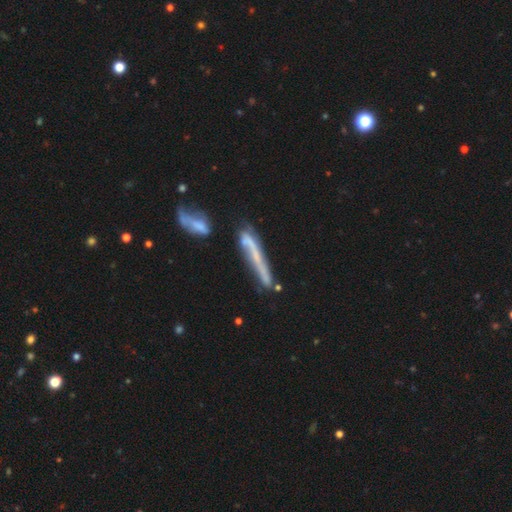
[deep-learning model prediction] Smooth or featured? Predicted: featured or disk (p=0.55). Edge-on disk? Predicted: yes (p=0.78). Merging? Predicted: none (p=0.47).